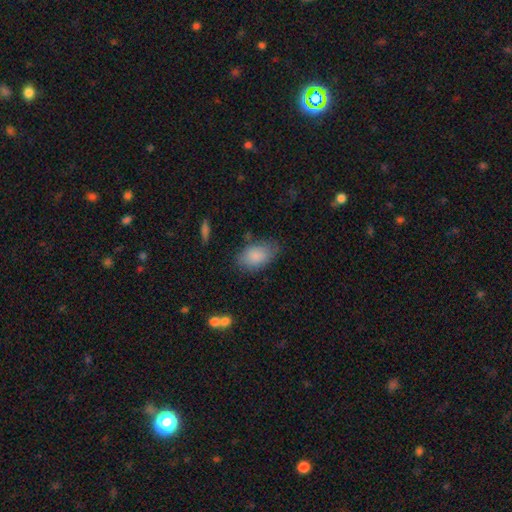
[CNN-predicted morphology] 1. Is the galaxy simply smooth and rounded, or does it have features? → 86% smooth, 7% featured or disk, 7% star or artifact.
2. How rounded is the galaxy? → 92% in between, 7% round, 2% cigar-shaped.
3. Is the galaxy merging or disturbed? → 72% none, 20% minor disturbance, 5% major disturbance, 3% merger.